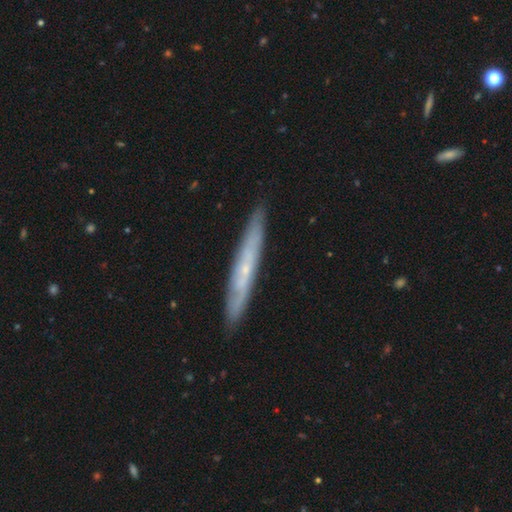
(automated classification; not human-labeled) This appears to be a featured or disk galaxy (64%) viewed edge-on (78%) with no central bulge (57%). Merging: none (88%).